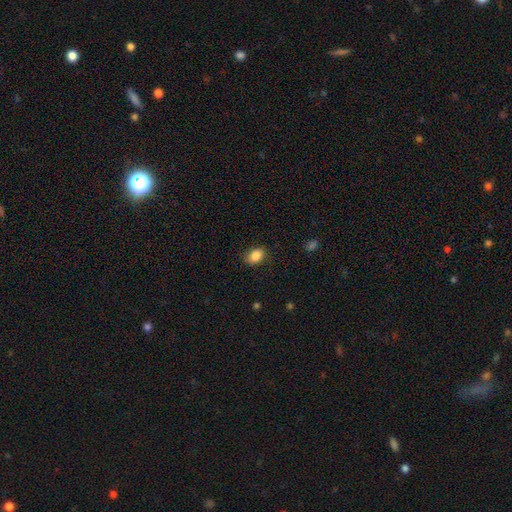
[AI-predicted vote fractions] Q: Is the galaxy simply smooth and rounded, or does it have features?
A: smooth — 86%.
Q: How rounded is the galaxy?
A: in between — 77%.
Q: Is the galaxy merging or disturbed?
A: none — 81%.